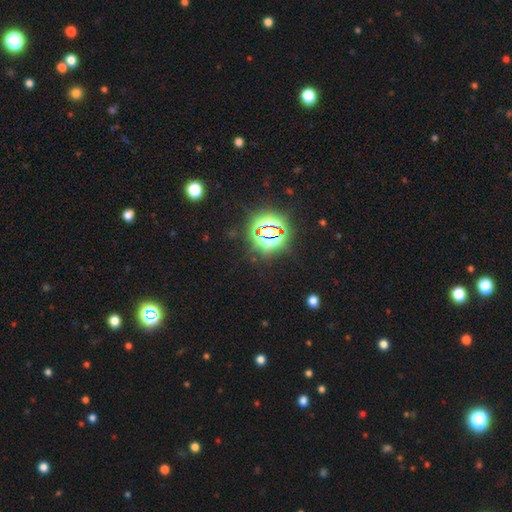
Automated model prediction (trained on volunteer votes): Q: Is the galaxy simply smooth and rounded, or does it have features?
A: star or artifact — 84%.